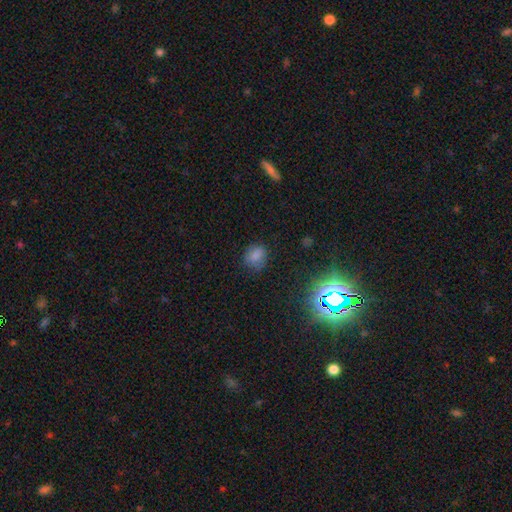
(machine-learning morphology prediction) Q: Smooth or featured?
A: smooth (77%); runner-up: star or artifact (16%)
Q: How rounded?
A: round (60%); runner-up: in between (39%)
Q: Merging?
A: none (73%); runner-up: minor disturbance (19%)